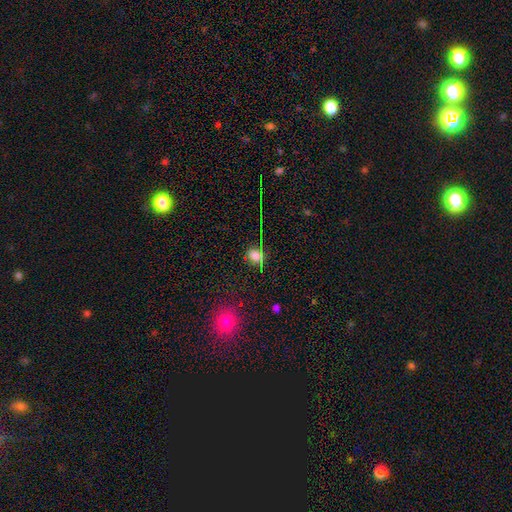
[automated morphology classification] Smooth or featured: smooth — 67% (star or artifact — 26%)
How rounded: round — 58% (in between — 39%)
Merging: none — 73% (minor disturbance — 17%)